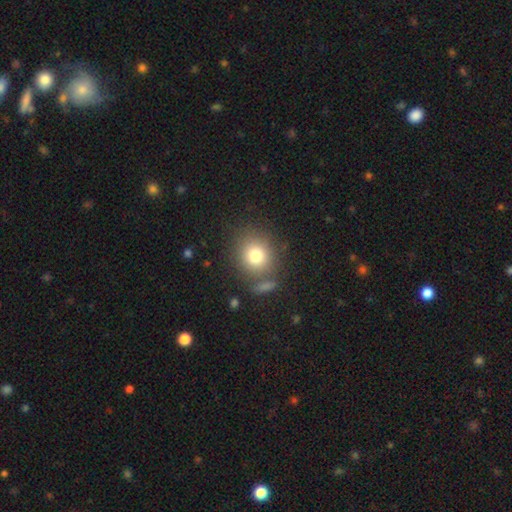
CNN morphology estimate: Smooth or featured? smooth (78%)
How rounded? round (82%)
Merging? none (75%)